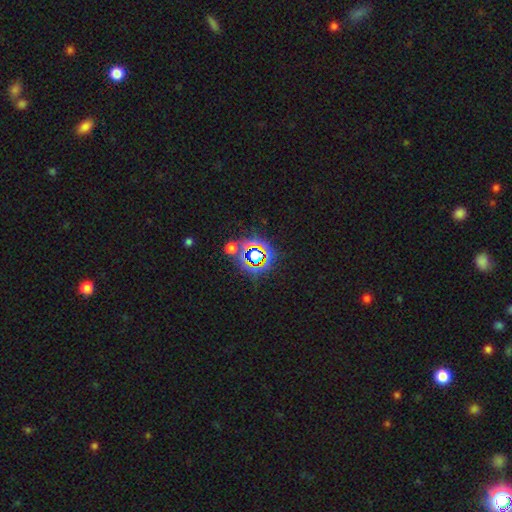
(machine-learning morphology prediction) type=star or artifact (67%).